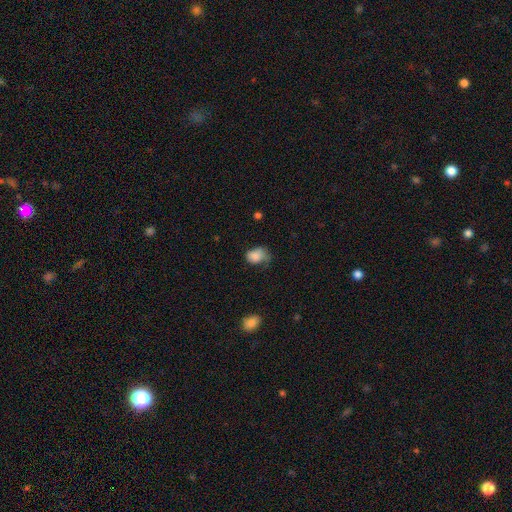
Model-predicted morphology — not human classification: Smooth or featured?
  - smooth: 81% *
  - featured or disk: 11%
  - star or artifact: 9%
How rounded?
  - in between: 70% *
  - round: 29%
  - cigar-shaped: 1%
Merging?
  - minor disturbance: 37% *
  - none: 33%
  - major disturbance: 27%
  - merger: 3%